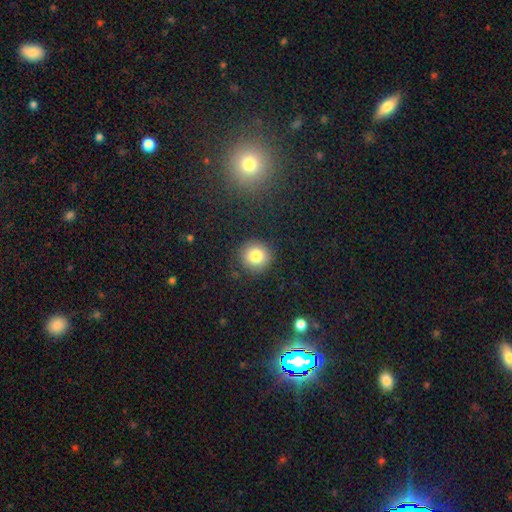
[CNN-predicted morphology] type=smooth (82%); roundness=round (91%); merging=none (89%).